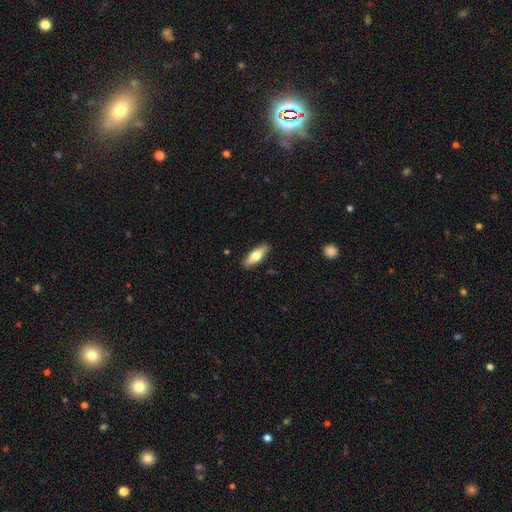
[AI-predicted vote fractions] Smooth or featured? smooth (65%)
How rounded? in between (59%)
Merging? none (89%)